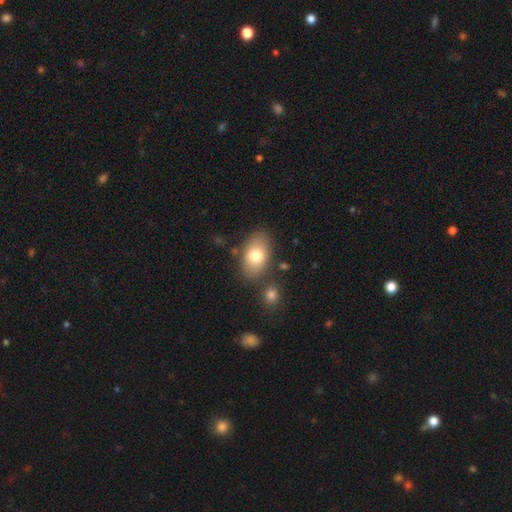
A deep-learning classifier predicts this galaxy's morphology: smooth_or_featured: smooth (p=0.76) [alt: featured or disk p=0.16]
how_rounded: in between (p=0.88) [alt: round p=0.10]
merging: none (p=0.76) [alt: minor disturbance p=0.13]